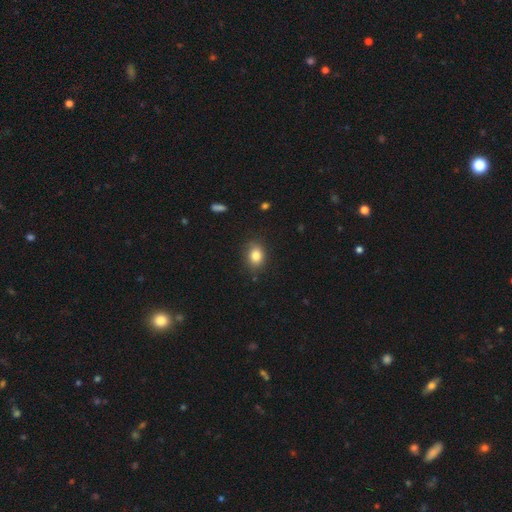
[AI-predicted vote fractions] A smooth galaxy with no disk features (82%) that is in between round and cigar-shaped (56%). Merging: none (83%).